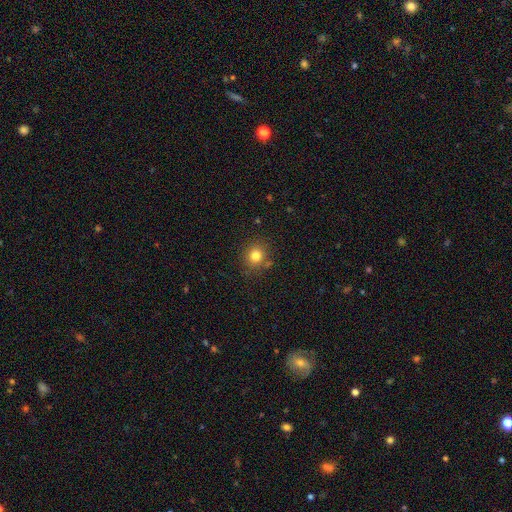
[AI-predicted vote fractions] Smooth or featured: smooth — 79% (star or artifact — 14%)
How rounded: round — 84% (in between — 15%)
Merging: none — 83% (minor disturbance — 10%)